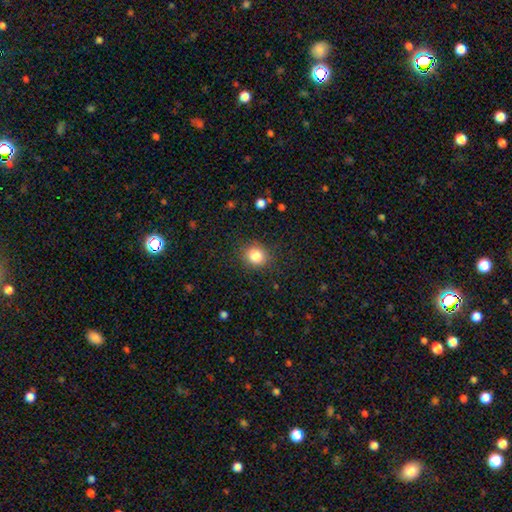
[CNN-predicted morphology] The model was most divided on "how rounded": round: 76%, in between: 24%, cigar-shaped: 1%. More confident: merging — none (86%); smooth or featured — smooth (84%).